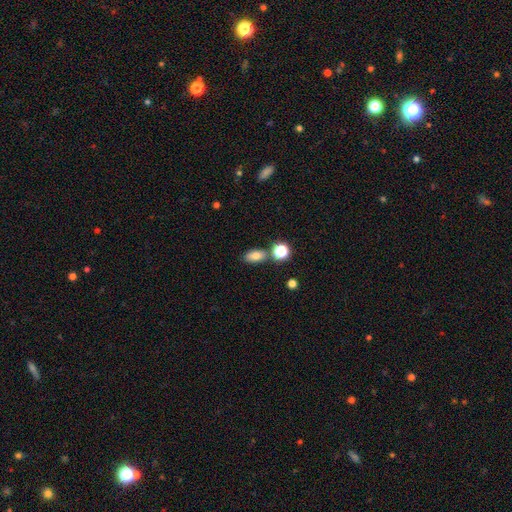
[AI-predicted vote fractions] Morphology: type=smooth (77%); roundness=in between (83%); merging=none (75%).